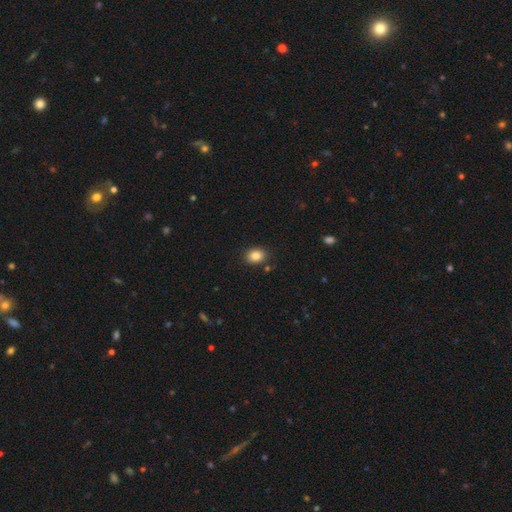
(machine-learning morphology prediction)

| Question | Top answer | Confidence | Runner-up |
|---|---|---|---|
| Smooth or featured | smooth | 85% | star or artifact (9%) |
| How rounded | in between | 58% | round (41%) |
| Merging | none | 86% | minor disturbance (9%) |